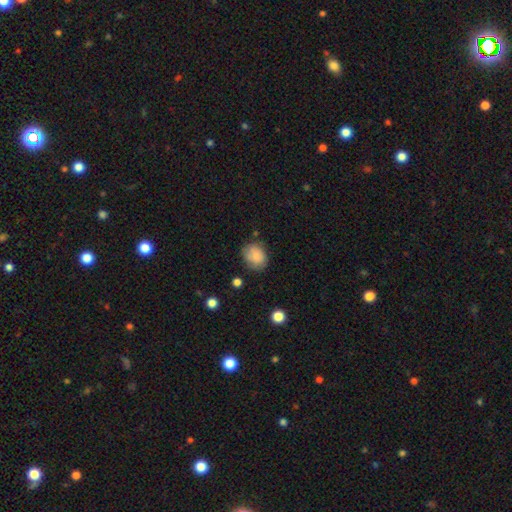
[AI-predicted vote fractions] Smooth or featured? Predicted: smooth (p=0.80). How rounded? Predicted: round (p=0.51). Merging? Predicted: none (p=0.73).